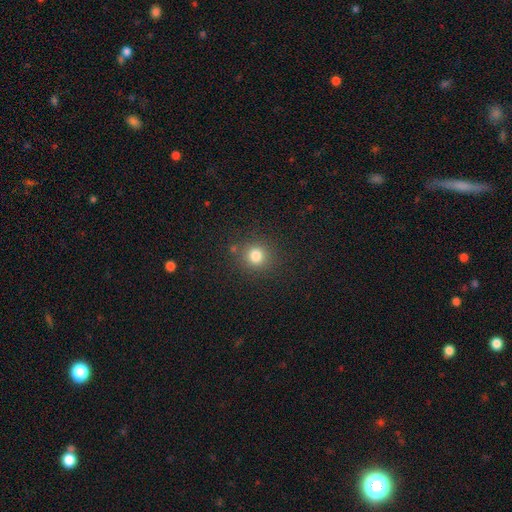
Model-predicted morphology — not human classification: Smooth or featured? smooth (81%)
How rounded? round (88%)
Merging? none (84%)